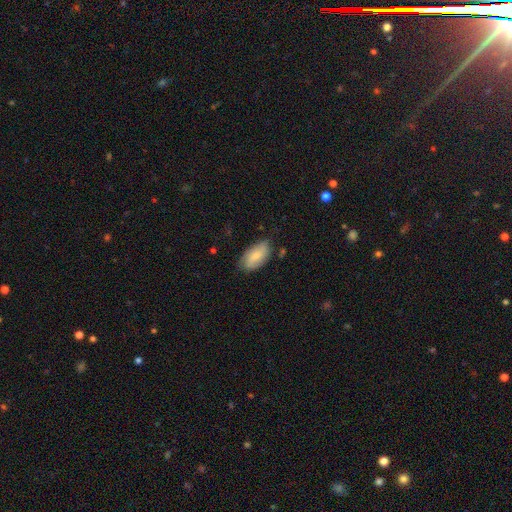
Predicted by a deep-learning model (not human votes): Smooth or featured? smooth (74%)
How rounded? in between (93%)
Merging? none (72%)